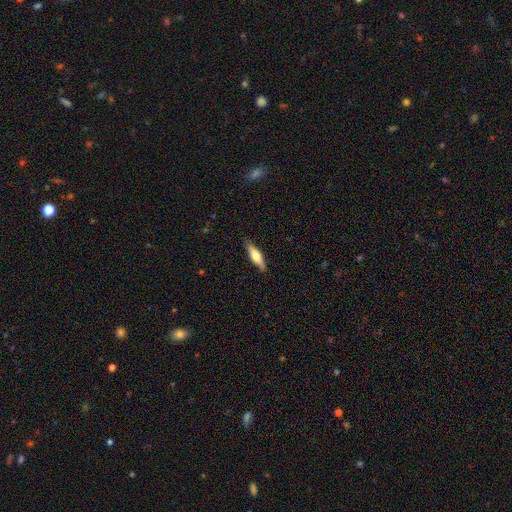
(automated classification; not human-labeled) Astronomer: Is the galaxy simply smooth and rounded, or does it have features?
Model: smooth — 53% (runner-up: featured or disk, 41%).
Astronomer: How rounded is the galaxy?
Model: cigar-shaped — 66%.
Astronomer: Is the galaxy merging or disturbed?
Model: none — 85%.